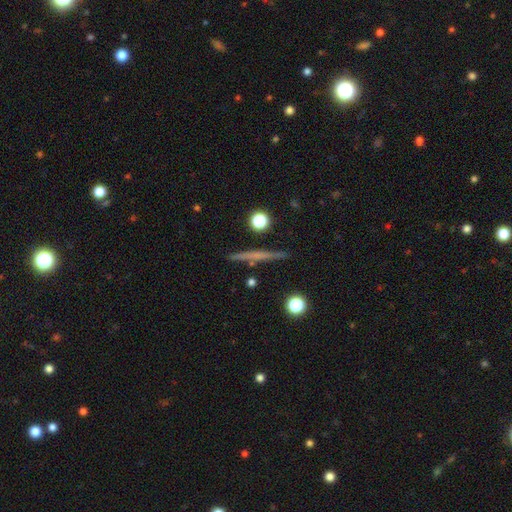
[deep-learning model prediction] A featured or disk galaxy (52%) viewed edge-on (96%) with no central bulge (84%). Merging: none (89%).